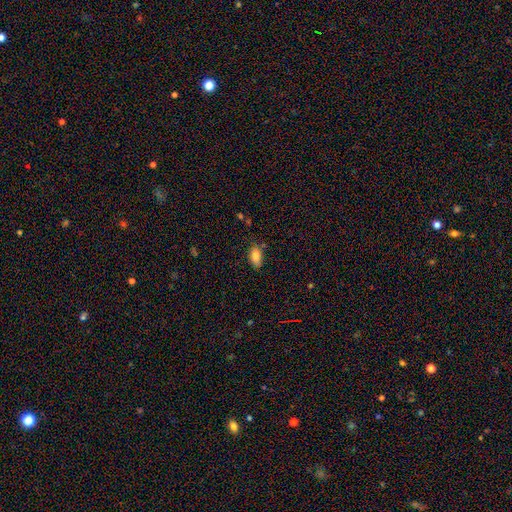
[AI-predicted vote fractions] smooth_or_featured: smooth (p=0.84) [alt: featured or disk p=0.08]
how_rounded: in between (p=0.90) [alt: cigar-shaped p=0.06]
merging: none (p=0.74) [alt: minor disturbance p=0.19]